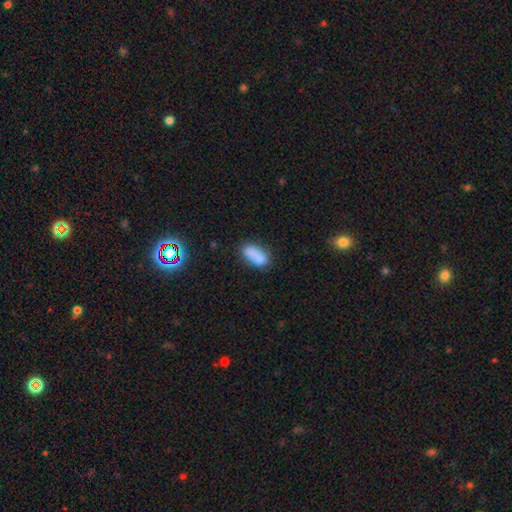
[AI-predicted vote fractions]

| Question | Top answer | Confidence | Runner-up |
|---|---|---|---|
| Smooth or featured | smooth | 76% | featured or disk (15%) |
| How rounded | in between | 83% | cigar-shaped (10%) |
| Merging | none | 46% | merger (28%) |